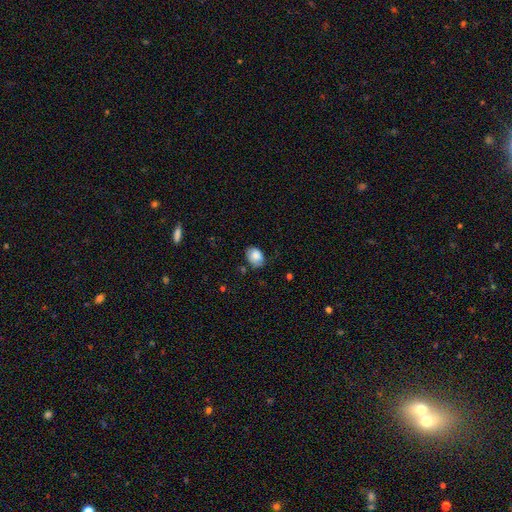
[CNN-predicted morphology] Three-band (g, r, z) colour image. It shows a smooth galaxy with no disk features (84%) that is in between round and cigar-shaped (64%). Merging: none (65%).